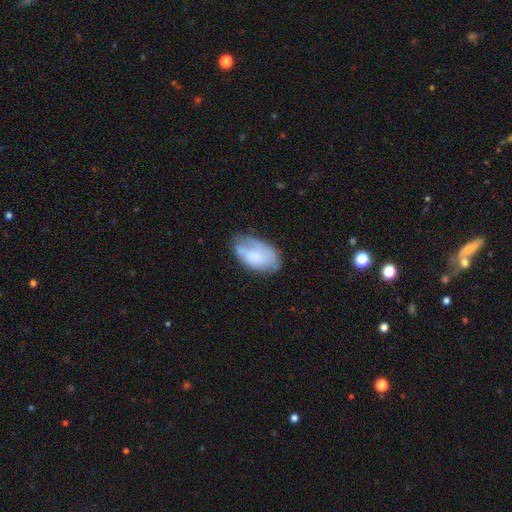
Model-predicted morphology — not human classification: This appears to be a smooth galaxy with no disk features (62%) that is in between round and cigar-shaped (93%). Merging: none (51%).